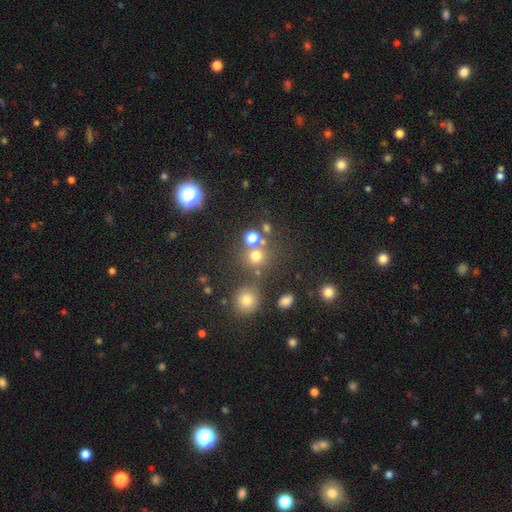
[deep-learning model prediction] A smooth galaxy with no disk features (71%) that is round (89%). Merging: none (65%).